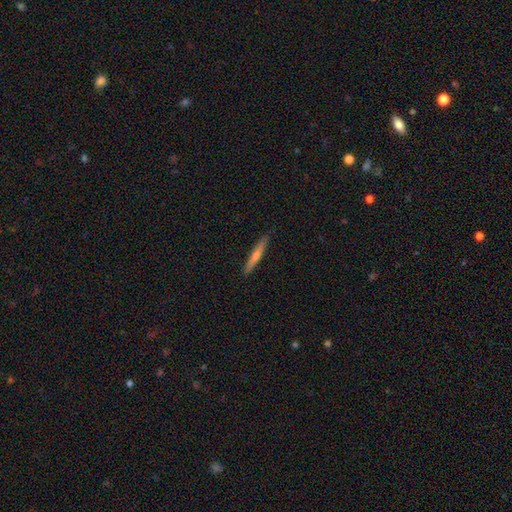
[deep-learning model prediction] Smooth or featured?
  - featured or disk: 54% *
  - smooth: 39%
  - star or artifact: 7%
Edge-on disk?
  - yes: 97% *
  - no: 3%
Edge-on bulge?
  - rounded: 63% *
  - none: 31%
  - boxy: 5%
Merging?
  - none: 91% *
  - minor disturbance: 7%
  - major disturbance: 1%
  - merger: 1%